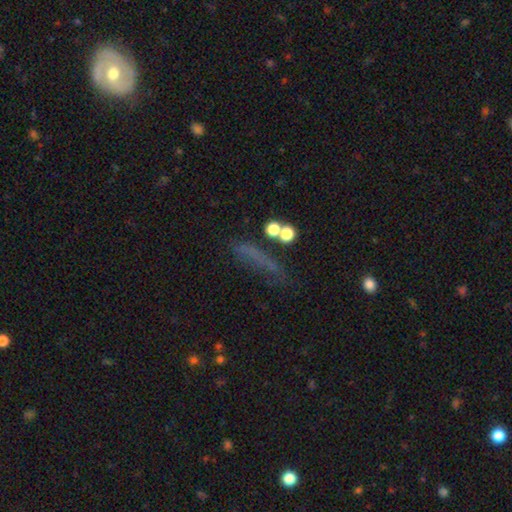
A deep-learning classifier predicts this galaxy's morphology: A smooth galaxy with no disk features (51%) that is cigar-shaped (70%). Merging: none (57%).